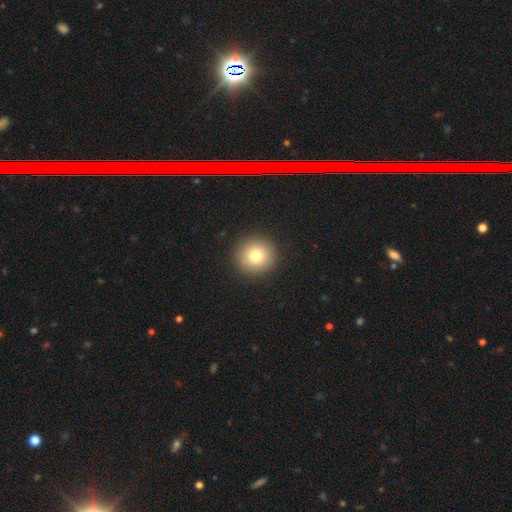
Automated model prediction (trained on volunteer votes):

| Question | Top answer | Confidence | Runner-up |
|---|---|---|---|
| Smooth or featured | smooth | 79% | star or artifact (11%) |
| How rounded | round | 93% | in between (6%) |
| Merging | none | 92% | minor disturbance (5%) |